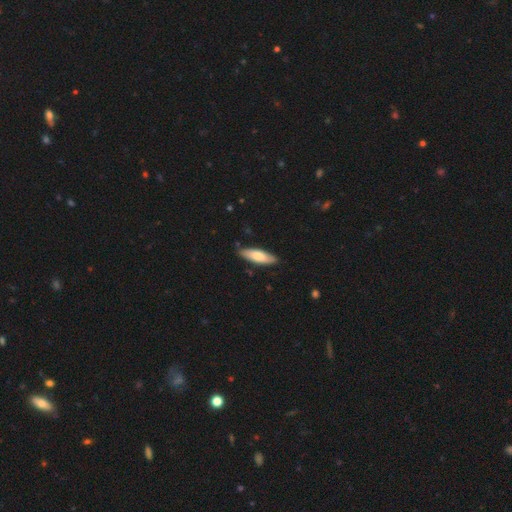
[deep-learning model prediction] Overall: smooth (74%). How rounded: in between (50%; cigar-shaped 48%). Merging: none (84%).